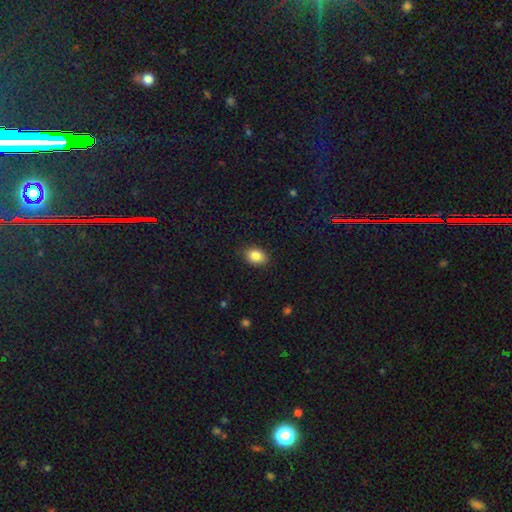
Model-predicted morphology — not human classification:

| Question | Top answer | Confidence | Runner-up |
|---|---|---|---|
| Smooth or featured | smooth | 86% | star or artifact (8%) |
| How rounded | in between | 75% | round (24%) |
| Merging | none | 87% | minor disturbance (9%) |